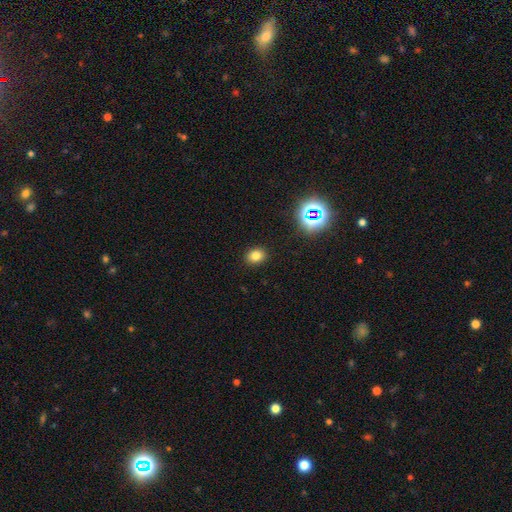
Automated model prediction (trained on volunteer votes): Smooth or featured?
  - smooth: 78% *
  - star or artifact: 16%
  - featured or disk: 6%
How rounded?
  - round: 54% *
  - in between: 45%
  - cigar-shaped: 1%
Merging?
  - none: 90% *
  - minor disturbance: 7%
  - major disturbance: 2%
  - merger: 1%